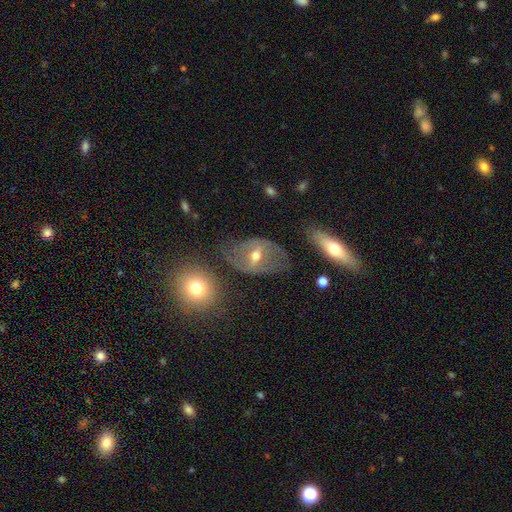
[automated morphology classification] This is likely a featured or disk galaxy (67%). It is clearly not viewed edge-on (91%). Bar: marginally weak (42%). Spiral arm pattern: likely yes (64%). Central bulge: likely moderate (69%). Merging: possibly none (55%).